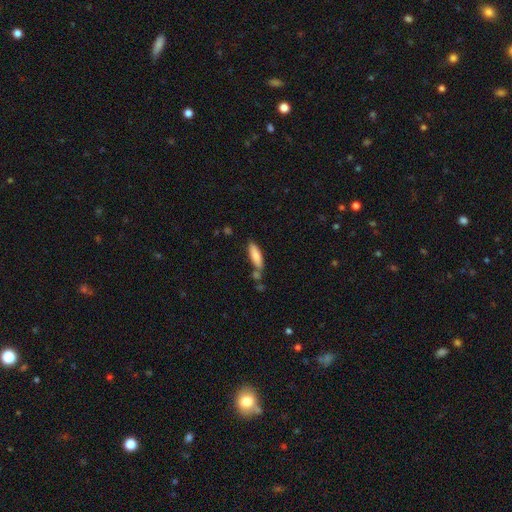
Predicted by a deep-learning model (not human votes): Overall: smooth (81%). How rounded: in between (50%; cigar-shaped 49%). Merging: none (61%).